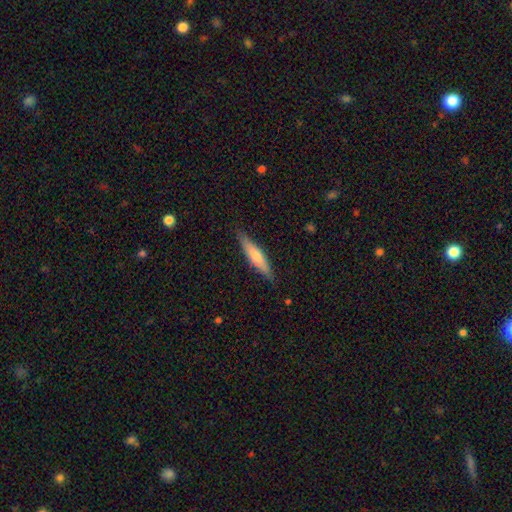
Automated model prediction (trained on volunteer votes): Smooth or featured: smooth — 49% (featured or disk — 44%)
Merging: none — 88% (minor disturbance — 9%)